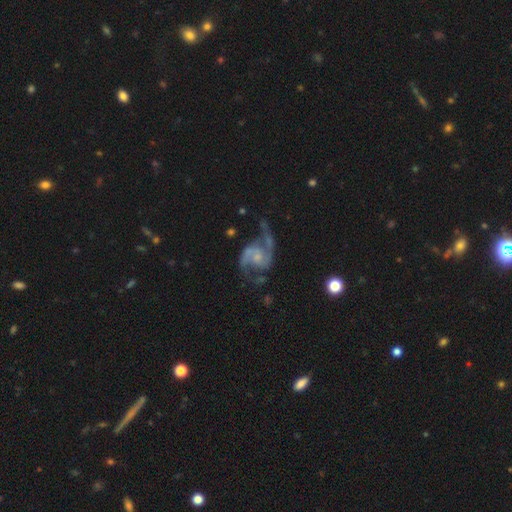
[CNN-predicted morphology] Smooth or featured? featured or disk (91%)
Edge-on disk? no (98%)
Bar? no (62%)
Spiral arms? yes (97%)
Spiral winding? medium (49%)
Spiral arm count? 2 (93%)
Bulge size? small (53%)
Merging? none (60%)